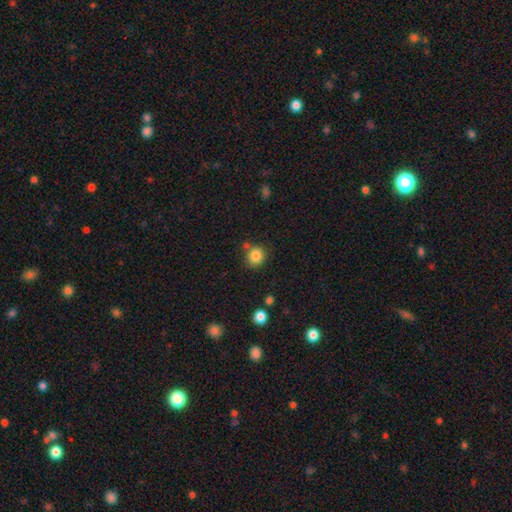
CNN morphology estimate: Smooth or featured: smooth — 84% (star or artifact — 11%)
How rounded: round — 83% (in between — 16%)
Merging: none — 76% (minor disturbance — 12%)